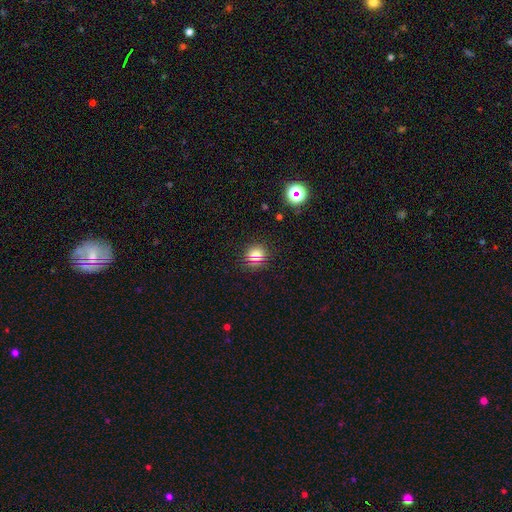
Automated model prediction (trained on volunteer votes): A smooth galaxy with no disk features (66%) that is round (90%).

Vote fractions:
- Smooth or featured? smooth: 66% / star or artifact: 25% / featured or disk: 9%
- How rounded? round: 90% / in between: 9% / cigar-shaped: 1%
- Merging? none: 86% / minor disturbance: 8% / major disturbance: 3% / merger: 2%